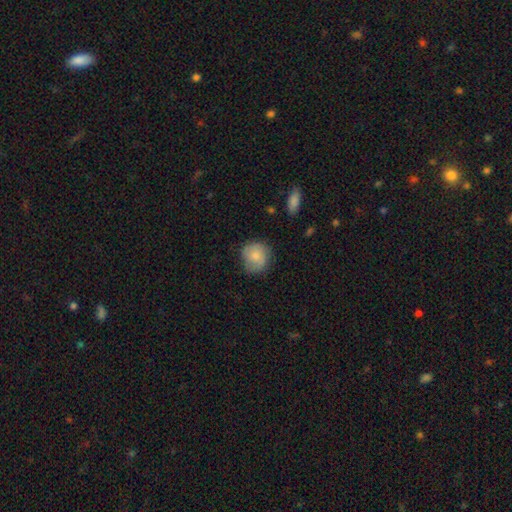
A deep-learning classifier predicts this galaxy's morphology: A smooth galaxy with no disk features (70%) that is round (86%). Merging: none (71%).